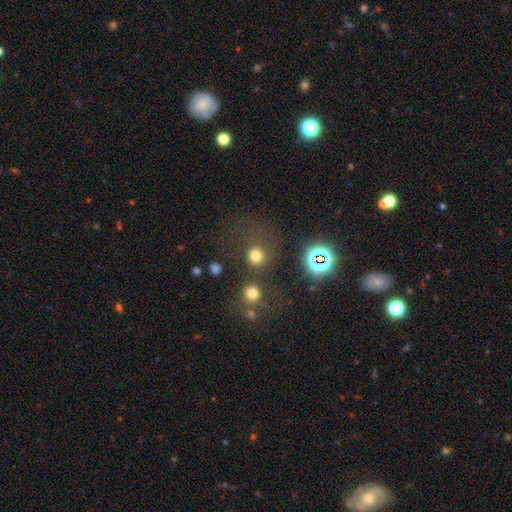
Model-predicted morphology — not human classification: Smooth or featured?
  - smooth: 72% *
  - star or artifact: 21%
  - featured or disk: 7%
How rounded?
  - round: 89% *
  - in between: 10%
  - cigar-shaped: 1%
Merging?
  - none: 70% *
  - merger: 12%
  - minor disturbance: 10%
  - major disturbance: 8%